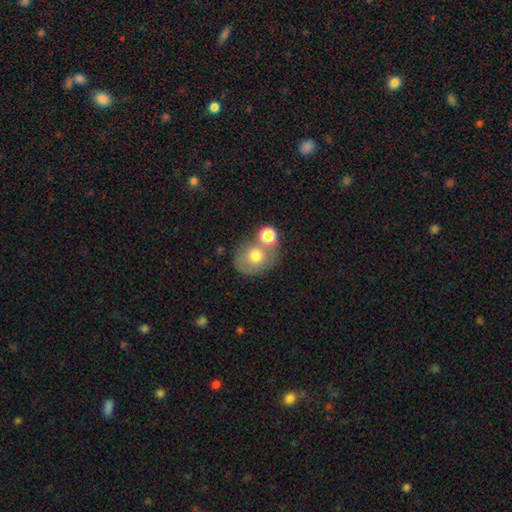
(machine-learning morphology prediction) smooth_or_featured: smooth (p=0.67) [alt: featured or disk p=0.23]
how_rounded: round (p=0.66) [alt: in between p=0.34]
merging: none (p=0.45) [alt: merger p=0.33]